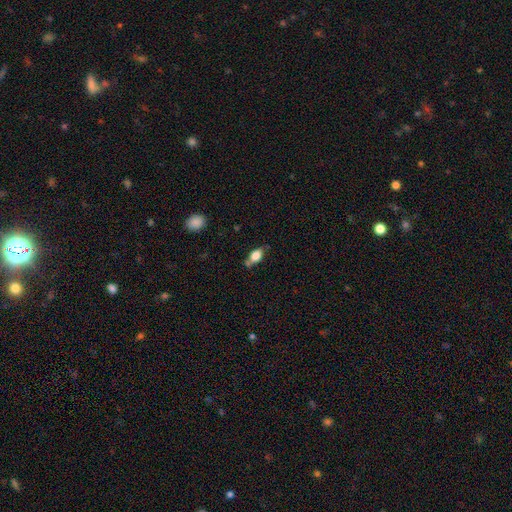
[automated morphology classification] smooth 77%, featured or disk 14%, star or artifact 9%. Down the decision tree: how rounded — in between (82%); merging — none (57%).